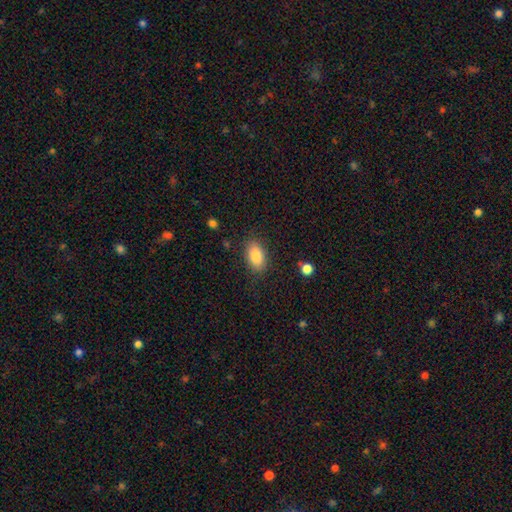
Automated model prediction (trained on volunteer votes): The model was most divided on "merging": none: 83%, minor disturbance: 12%, major disturbance: 4%, merger: 2%. More confident: how rounded — in between (90%); smooth or featured — smooth (85%).